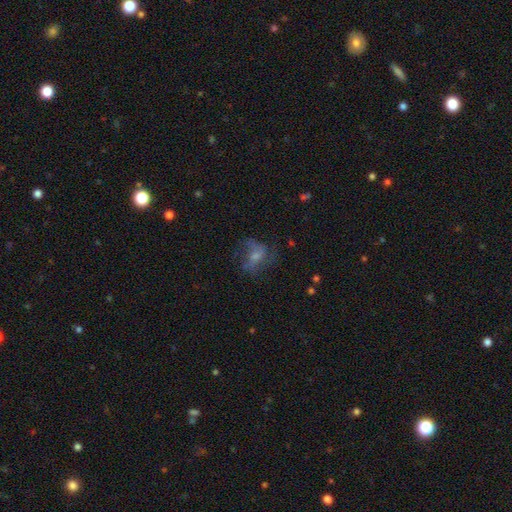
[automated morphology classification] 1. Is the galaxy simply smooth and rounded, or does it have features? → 53% featured or disk, 29% smooth, 19% star or artifact.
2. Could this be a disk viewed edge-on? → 96% no, 4% yes.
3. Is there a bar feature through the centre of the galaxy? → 53% no, 38% weak, 10% strong.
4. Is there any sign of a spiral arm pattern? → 73% yes, 27% no.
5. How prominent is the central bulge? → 42% small, 37% moderate, 14% none, 5% large, 2% dominant.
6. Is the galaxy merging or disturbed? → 58% none, 21% major disturbance, 19% minor disturbance, 2% merger.